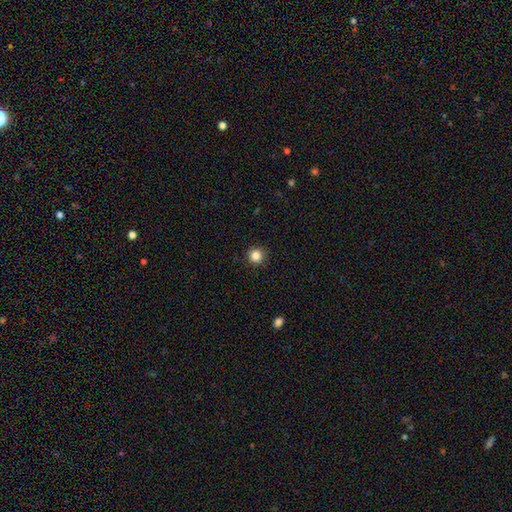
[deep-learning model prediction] Smooth or featured: smooth — 85% (star or artifact — 11%)
How rounded: round — 95% (in between — 4%)
Merging: none — 92% (minor disturbance — 5%)